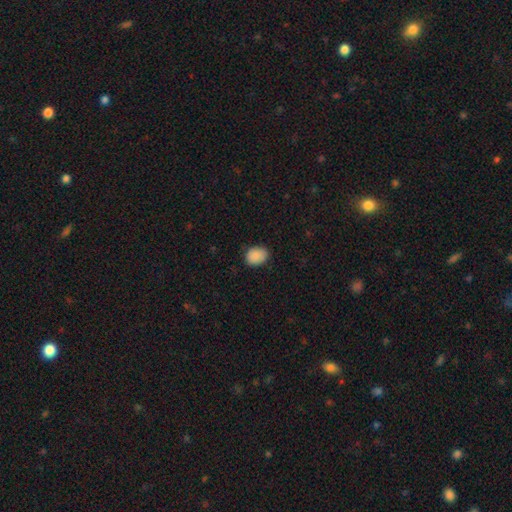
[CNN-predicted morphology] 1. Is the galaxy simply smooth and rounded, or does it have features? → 89% smooth, 8% star or artifact, 3% featured or disk.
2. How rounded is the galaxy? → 64% in between, 35% round, 1% cigar-shaped.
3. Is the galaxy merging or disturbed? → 82% none, 15% minor disturbance, 3% major disturbance, 1% merger.